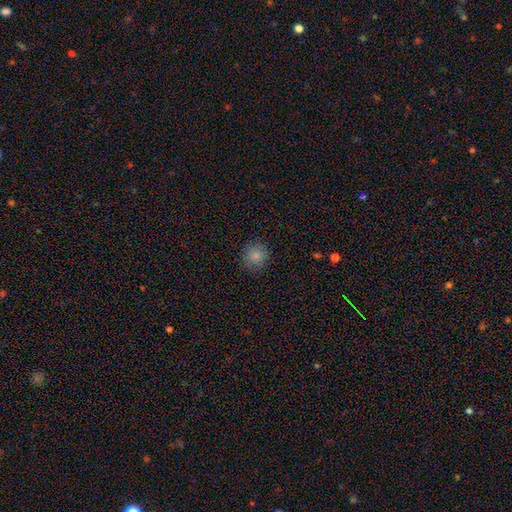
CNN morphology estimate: Smooth or featured? smooth (84%)
How rounded? round (90%)
Merging? none (87%)